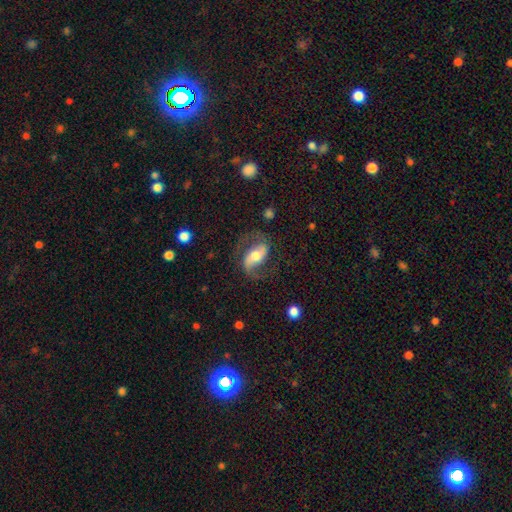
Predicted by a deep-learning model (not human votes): This is clearly a featured or disk galaxy (81%). It is clearly not viewed edge-on (96%). Bar: marginally strong (39%). Spiral arm pattern: clearly yes (95%). Spiral arm count: clearly 2 (89%). Spiral winding: possibly loose (46%). Central bulge: likely moderate (61%). Merging: likely none (70%).